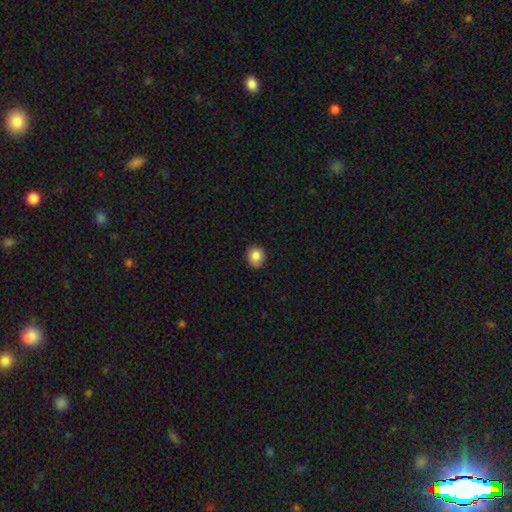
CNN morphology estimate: A smooth galaxy with no disk features (85%) that is round (67%).

Vote fractions:
- Smooth or featured? smooth: 85% / star or artifact: 9% / featured or disk: 6%
- How rounded? round: 67% / in between: 32% / cigar-shaped: 1%
- Merging? none: 82% / minor disturbance: 15% / major disturbance: 2% / merger: 1%